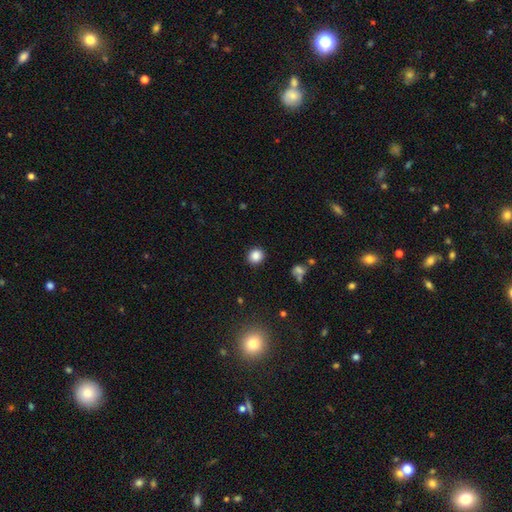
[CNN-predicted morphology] Q: Smooth or featured?
A: smooth (85%); runner-up: star or artifact (11%)
Q: How rounded?
A: round (83%); runner-up: in between (16%)
Q: Merging?
A: none (90%); runner-up: minor disturbance (6%)